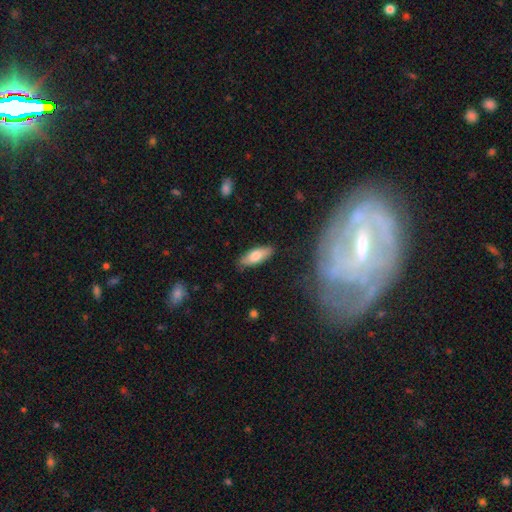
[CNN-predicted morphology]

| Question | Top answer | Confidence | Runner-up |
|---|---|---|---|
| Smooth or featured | smooth | 74% | featured or disk (20%) |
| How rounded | in between | 68% | cigar-shaped (30%) |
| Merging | none | 85% | minor disturbance (11%) |